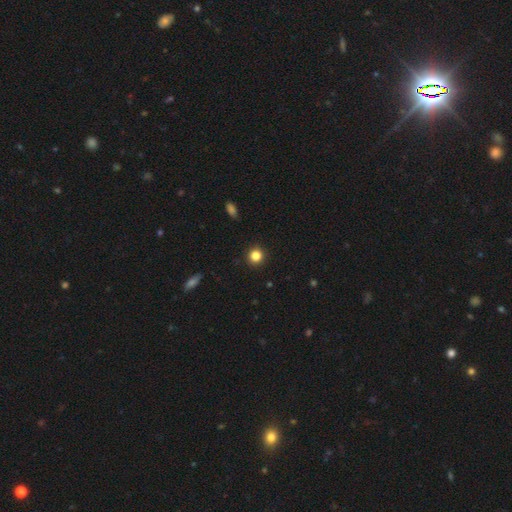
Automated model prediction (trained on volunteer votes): A smooth galaxy with no disk features (84%) that is round (93%).

Vote fractions:
- Smooth or featured? smooth: 84% / star or artifact: 12% / featured or disk: 4%
- How rounded? round: 93% / in between: 6% / cigar-shaped: 1%
- Merging? none: 92% / minor disturbance: 5% / major disturbance: 2% / merger: 1%